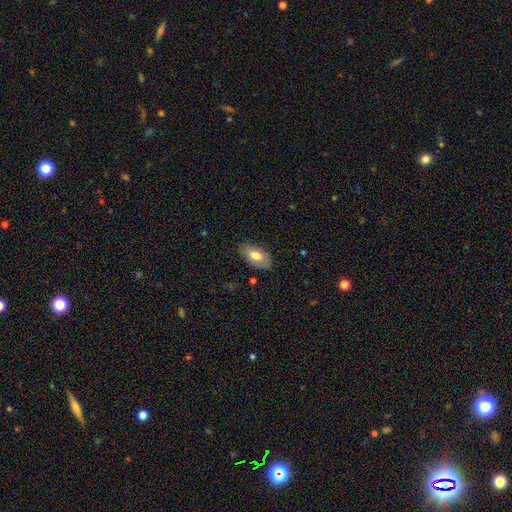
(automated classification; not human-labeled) The model was most divided on "smooth or featured": smooth: 76%, featured or disk: 17%, star or artifact: 6%. More confident: how rounded — in between (93%); merging — none (84%).